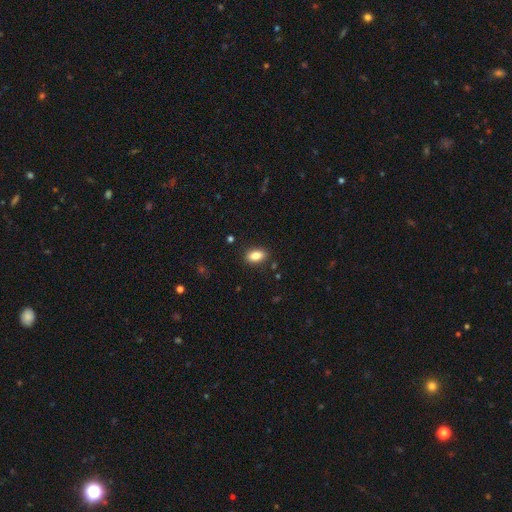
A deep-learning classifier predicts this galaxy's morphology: A smooth galaxy with no disk features (84%) that is in between round and cigar-shaped (89%). Merging: none (87%).